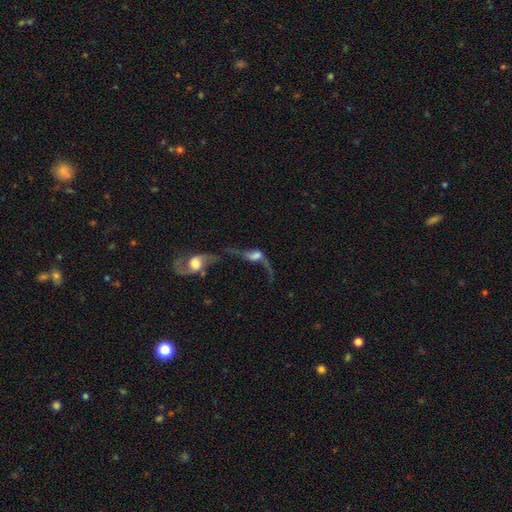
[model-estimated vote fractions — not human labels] Overall: featured or disk (62%; smooth 25%). Edge-on disk: no (84%). Bar: no (60%; weak 27%). Spiral arms: yes (63%; no 37%). Bulge size: moderate (29%; large 25%). Merging: merger (69%).